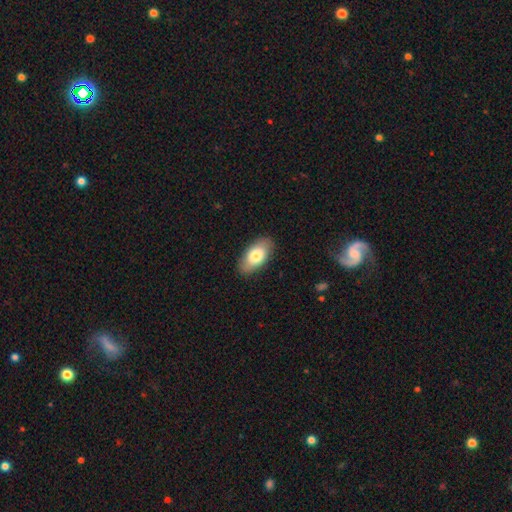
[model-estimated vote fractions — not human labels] Smooth or featured?
  - smooth: 77% *
  - featured or disk: 18%
  - star or artifact: 6%
How rounded?
  - in between: 93% *
  - cigar-shaped: 4%
  - round: 3%
Merging?
  - none: 87% *
  - minor disturbance: 10%
  - major disturbance: 2%
  - merger: 1%